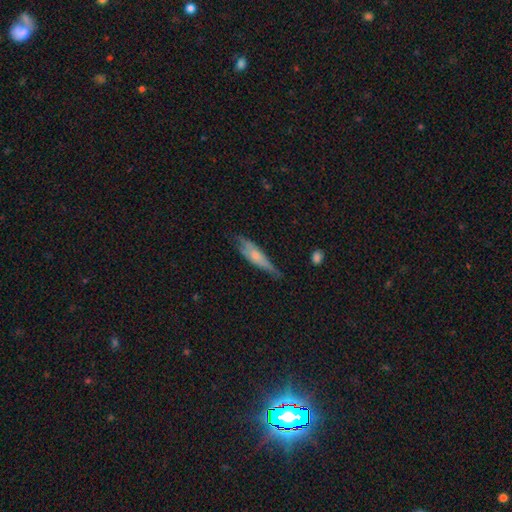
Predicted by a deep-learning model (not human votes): Smooth or featured? smooth (55%)
How rounded? cigar-shaped (69%)
Merging? none (52%)